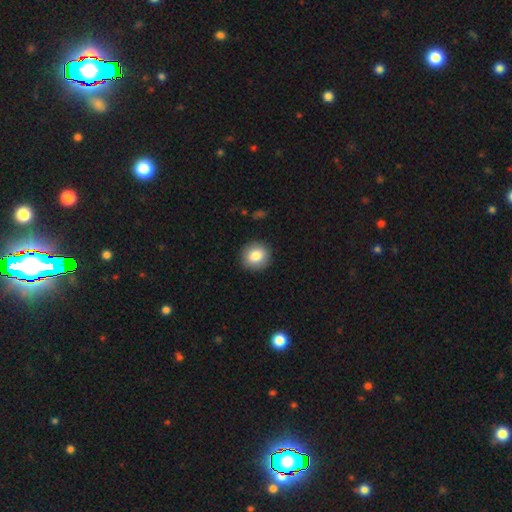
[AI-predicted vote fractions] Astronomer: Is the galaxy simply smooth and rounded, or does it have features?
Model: smooth — 83%.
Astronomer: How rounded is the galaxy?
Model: round — 86%.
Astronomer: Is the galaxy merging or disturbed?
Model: none — 91%.